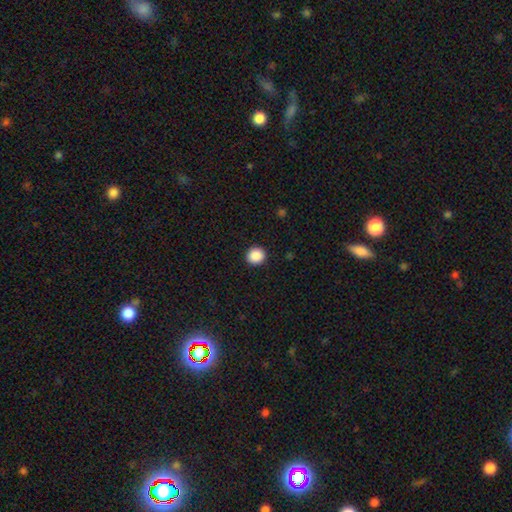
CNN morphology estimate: This appears to be a smooth galaxy with no disk features (89%) that is round (91%). Merging: none (92%).